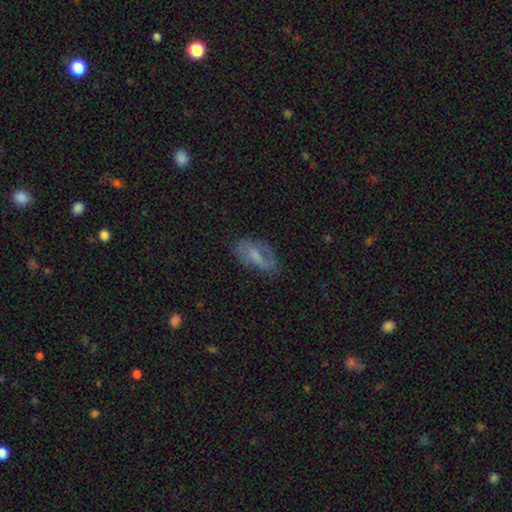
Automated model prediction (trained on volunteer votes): Smooth or featured: smooth — 48% (featured or disk — 43%)
Merging: none — 60% (minor disturbance — 25%)